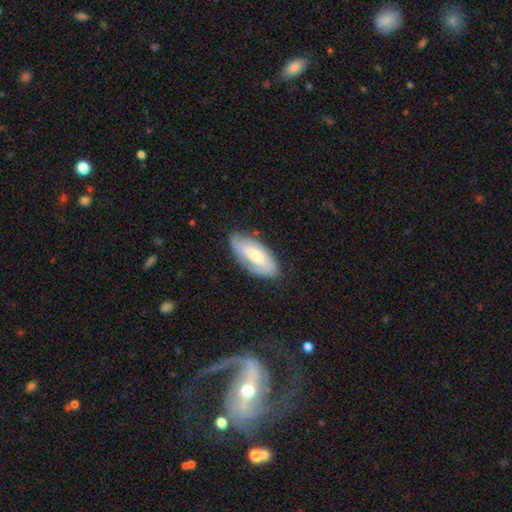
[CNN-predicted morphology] Smooth or featured?
  - featured or disk: 57% *
  - smooth: 37%
  - star or artifact: 6%
Edge-on disk?
  - no: 91% *
  - yes: 9%
Bar?
  - no: 65% *
  - weak: 27%
  - strong: 8%
Spiral arms?
  - yes: 85% *
  - no: 15%
Bulge size?
  - small: 43% *
  - moderate: 40%
  - large: 9%
  - none: 5%
  - dominant: 2%
Merging?
  - none: 74% *
  - minor disturbance: 19%
  - major disturbance: 5%
  - merger: 1%